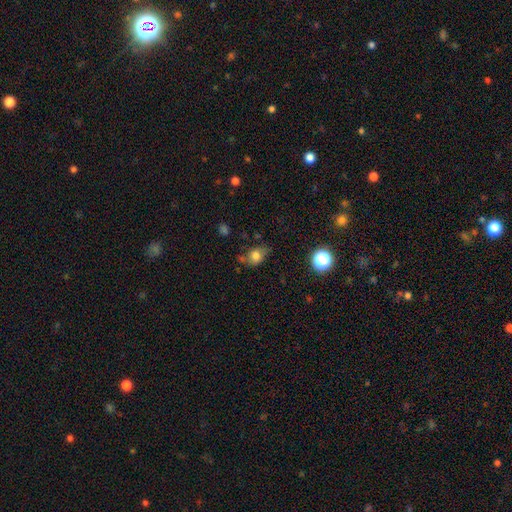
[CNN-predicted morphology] Smooth or featured?
  - smooth: 72% *
  - featured or disk: 15%
  - star or artifact: 13%
How rounded?
  - in between: 59% *
  - round: 39%
  - cigar-shaped: 2%
Merging?
  - none: 57% *
  - minor disturbance: 28%
  - major disturbance: 10%
  - merger: 5%